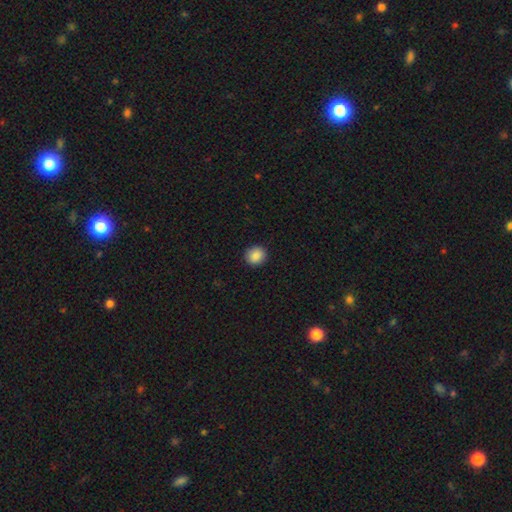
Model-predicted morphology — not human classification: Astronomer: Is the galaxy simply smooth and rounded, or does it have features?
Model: smooth — 88%.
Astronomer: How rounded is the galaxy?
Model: round — 86%.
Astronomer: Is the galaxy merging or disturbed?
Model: none — 91%.